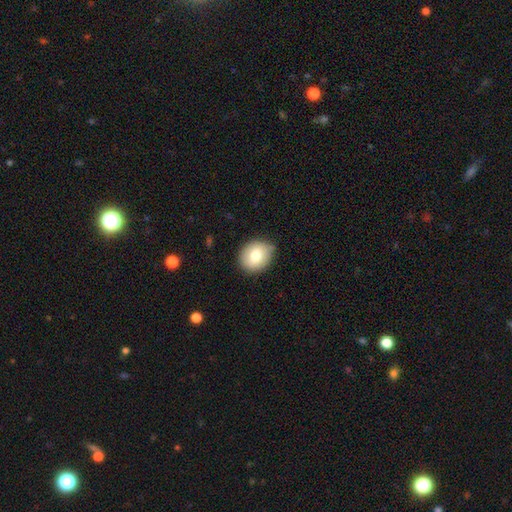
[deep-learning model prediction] Smooth or featured: smooth — 77% (featured or disk — 15%)
How rounded: round — 62% (in between — 37%)
Merging: none — 81% (minor disturbance — 14%)